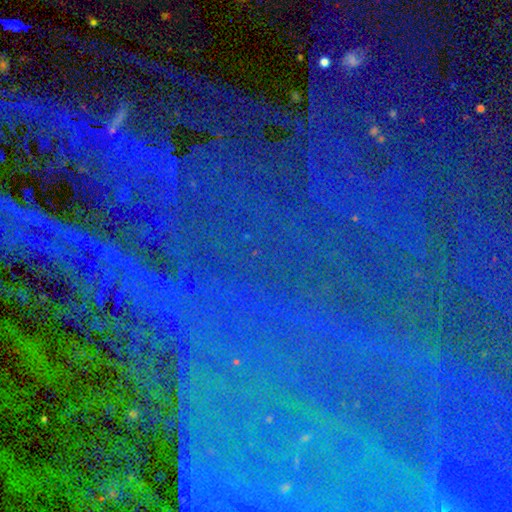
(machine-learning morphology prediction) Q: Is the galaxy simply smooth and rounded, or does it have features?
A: star or artifact — 86%.